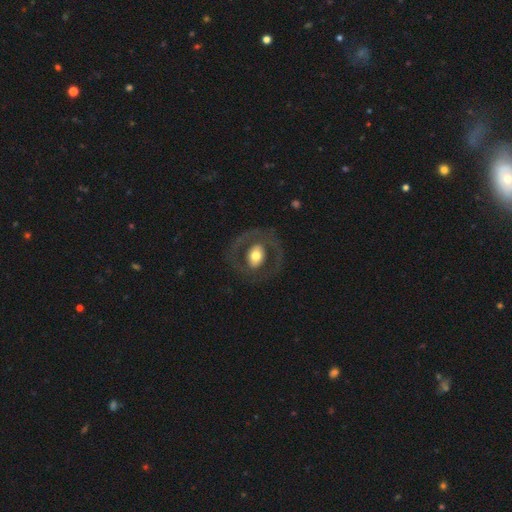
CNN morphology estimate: smooth-or-featured: featured or disk: 55% | smooth: 39% | star or artifact: 6%
  disk-edge-on: no: 95% | yes: 5%
    bar: no: 62% | weak: 23% | strong: 15%
    has-spiral-arms: no: 70% | yes: 30%
    bulge-size: moderate: 56% | large: 32% | small: 8% | dominant: 3% | none: 1%
  merging: none: 76% | minor disturbance: 12% | major disturbance: 11% | merger: 1%